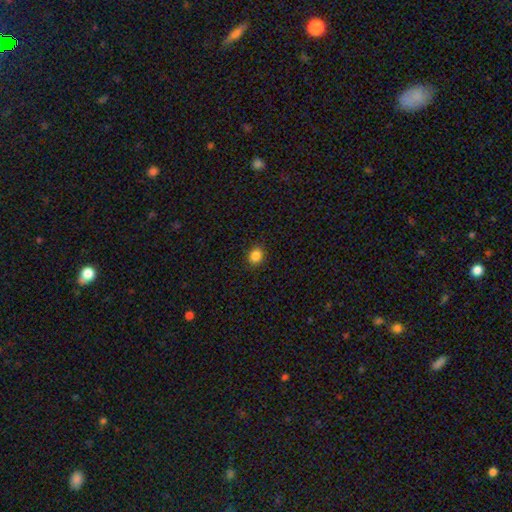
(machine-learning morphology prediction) Q: Smooth or featured?
A: smooth (85%); runner-up: star or artifact (11%)
Q: How rounded?
A: round (68%); runner-up: in between (31%)
Q: Merging?
A: none (89%); runner-up: minor disturbance (8%)